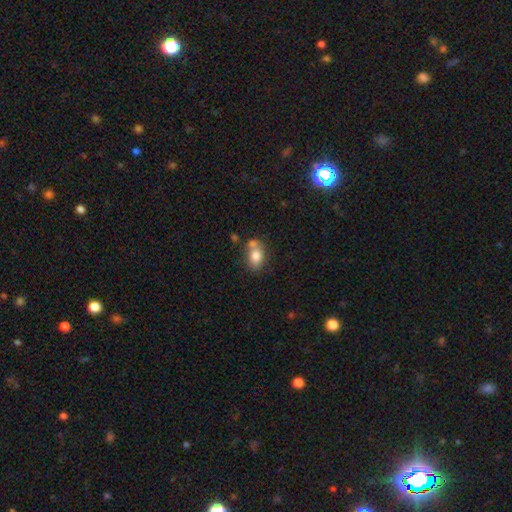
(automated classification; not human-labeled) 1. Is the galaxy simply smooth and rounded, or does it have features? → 79% smooth, 13% featured or disk, 8% star or artifact.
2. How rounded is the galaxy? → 77% in between, 21% round, 2% cigar-shaped.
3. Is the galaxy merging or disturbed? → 49% none, 28% merger, 17% minor disturbance, 6% major disturbance.